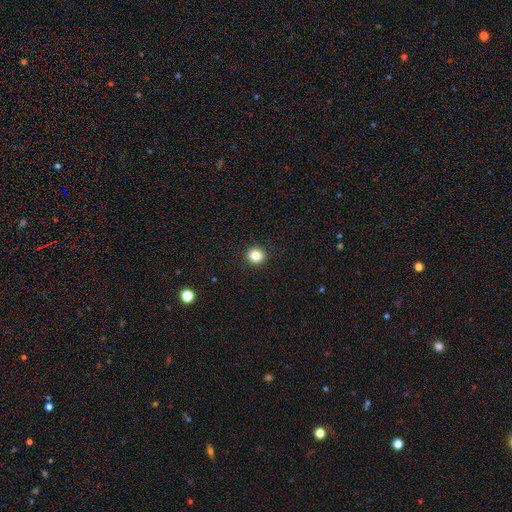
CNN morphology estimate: This appears to be a smooth galaxy with no disk features (83%) that is round (89%). Merging: none (93%).